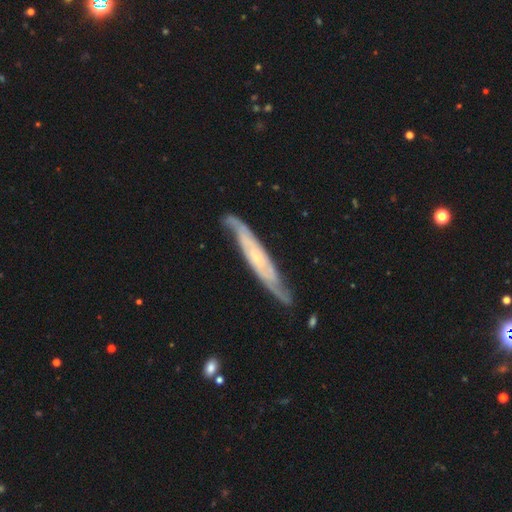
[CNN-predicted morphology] This appears to be a featured or disk galaxy (82%). Merging: none (76%).